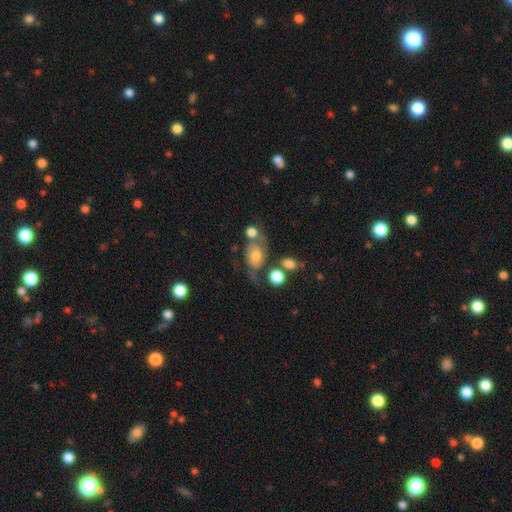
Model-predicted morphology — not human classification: Q: Smooth or featured?
A: featured or disk (56%); runner-up: smooth (35%)
Q: Edge-on disk?
A: no (95%); runner-up: yes (5%)
Q: Bar?
A: no (77%); runner-up: weak (19%)
Q: Spiral arms?
A: yes (76%); runner-up: no (24%)
Q: Bulge size?
A: moderate (59%); runner-up: small (18%)
Q: Merging?
A: none (36%); runner-up: minor disturbance (22%)